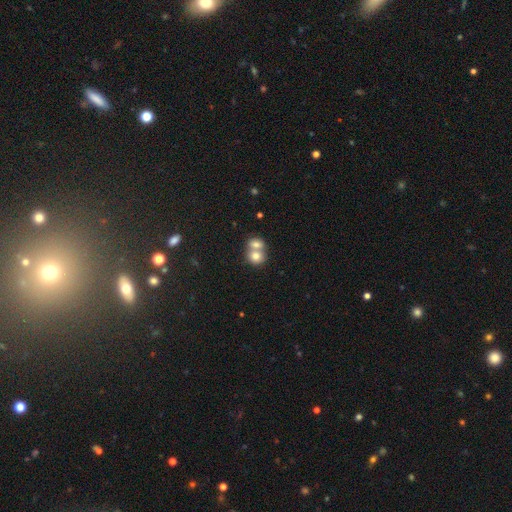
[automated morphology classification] smooth 74%, featured or disk 16%, star or artifact 9%. Down the decision tree: how rounded — round (67%); merging — merger (69%).